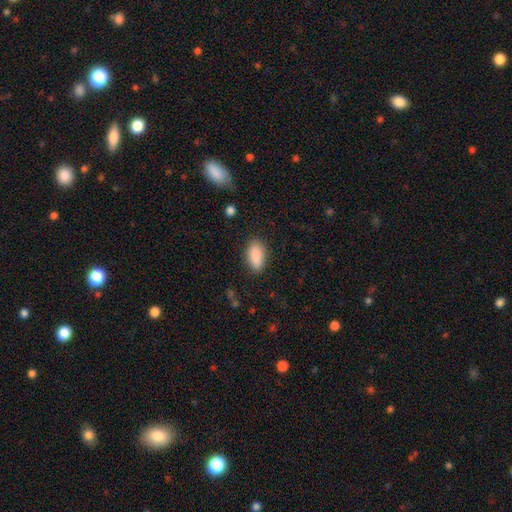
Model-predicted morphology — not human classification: The model was most divided on "merging": none: 85%, minor disturbance: 11%, major disturbance: 3%, merger: 1%. More confident: how rounded — in between (89%); smooth or featured — smooth (89%).